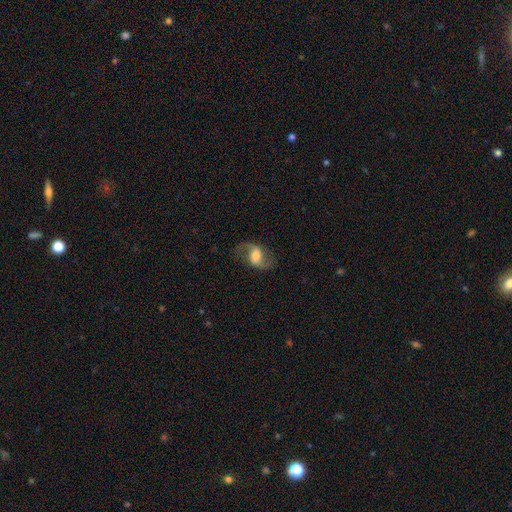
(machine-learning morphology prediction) type=featured or disk (71%); edge-on=no (96%); bar=weak (47%); spiral arms=yes (91%); winding=loose (65%); arm count=2 (91%); bulge=moderate (49%); merging=none (74%).